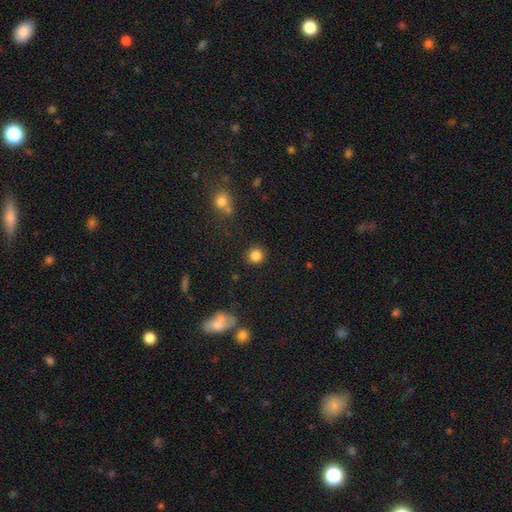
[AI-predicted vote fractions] Overall: smooth (84%). How rounded: round (92%). Merging: none (89%).